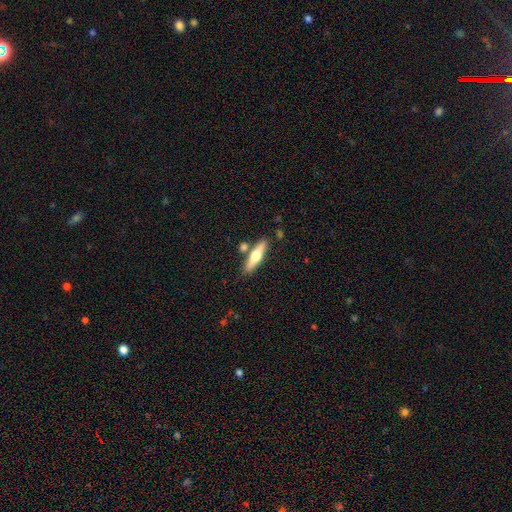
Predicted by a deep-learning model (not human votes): Morphology: type=smooth (51%); roundness=cigar-shaped (68%); merging=none (76%).